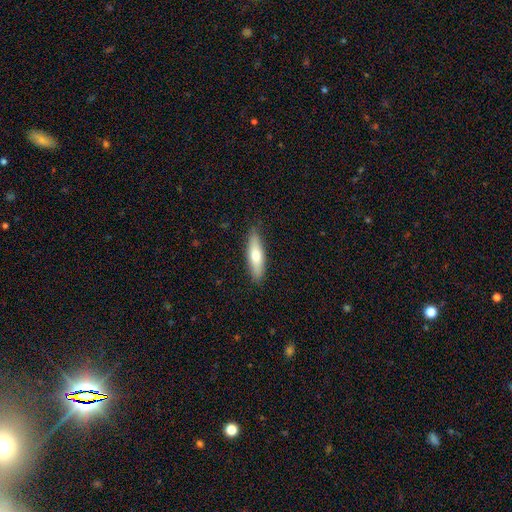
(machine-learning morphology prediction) Q: Smooth or featured?
A: smooth (66%); runner-up: featured or disk (28%)
Q: How rounded?
A: cigar-shaped (67%); runner-up: in between (31%)
Q: Merging?
A: none (87%); runner-up: minor disturbance (10%)